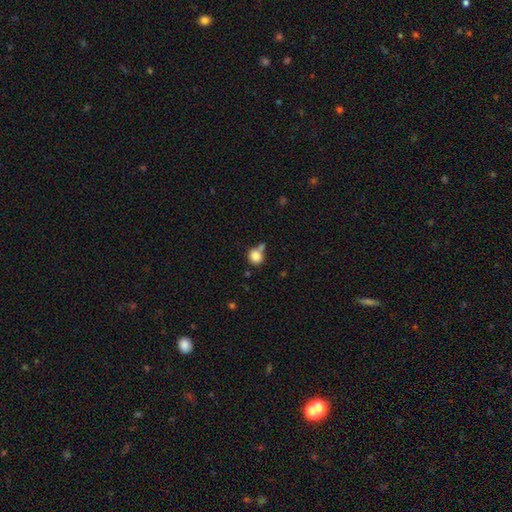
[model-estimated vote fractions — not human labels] Smooth or featured? smooth (84%)
How rounded? round (83%)
Merging? none (57%)